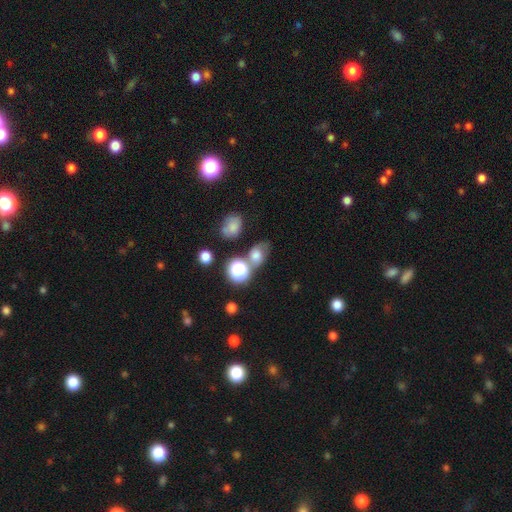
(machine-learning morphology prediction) Smooth or featured? smooth (65%)
How rounded? in between (58%)
Merging? none (52%)